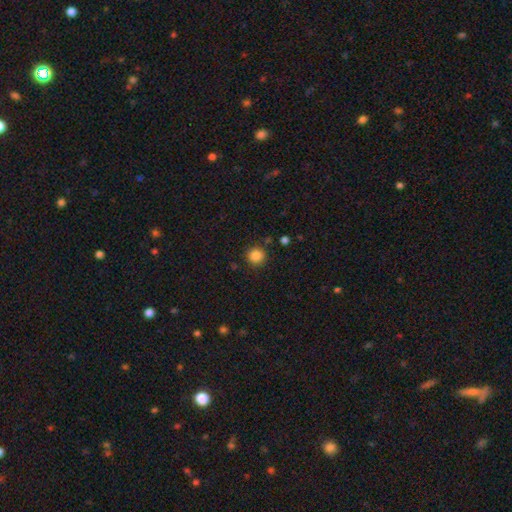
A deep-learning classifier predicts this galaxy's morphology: Q: Smooth or featured?
A: smooth (85%); runner-up: star or artifact (11%)
Q: How rounded?
A: round (93%); runner-up: in between (6%)
Q: Merging?
A: none (88%); runner-up: minor disturbance (7%)